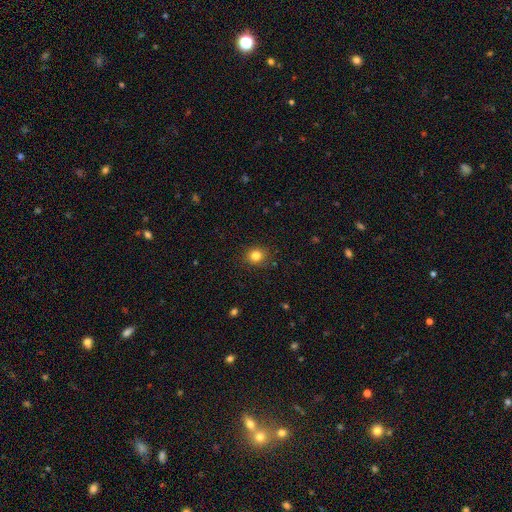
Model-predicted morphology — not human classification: The model was most divided on "how rounded": round: 81%, in between: 18%, cigar-shaped: 1%. More confident: merging — none (88%); smooth or featured — smooth (82%).